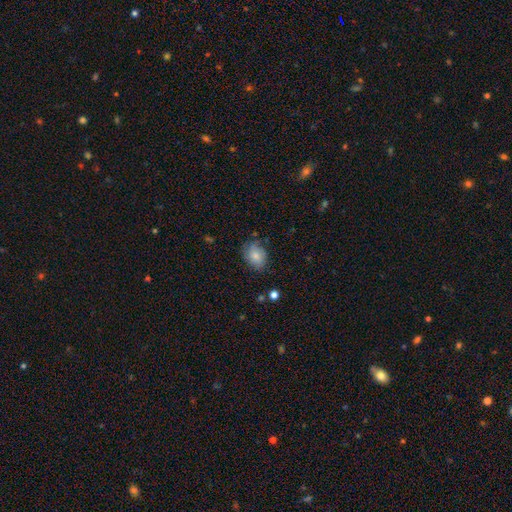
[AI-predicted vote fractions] smooth-or-featured: smooth: 81% | featured or disk: 12% | star or artifact: 7%
  how-rounded: in between: 74% | round: 25% | cigar-shaped: 1%
  merging: none: 72% | minor disturbance: 21% | major disturbance: 5% | merger: 2%